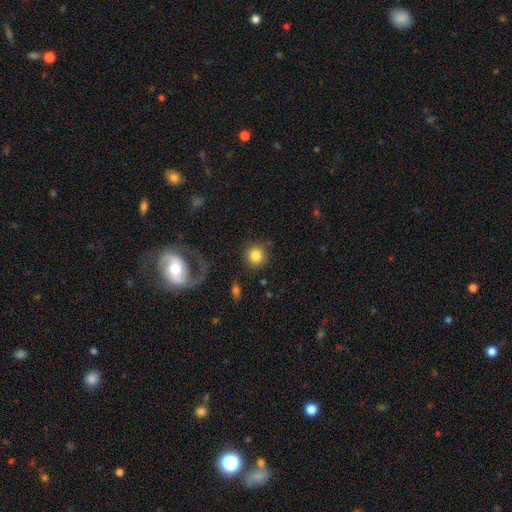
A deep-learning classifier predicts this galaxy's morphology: Smooth or featured? Predicted: smooth (p=0.82). How rounded? Predicted: round (p=0.93). Merging? Predicted: none (p=0.85).